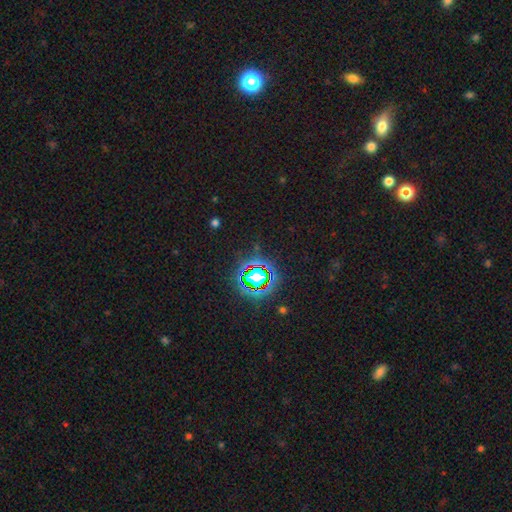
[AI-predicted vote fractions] Smooth or featured? star or artifact (79%)